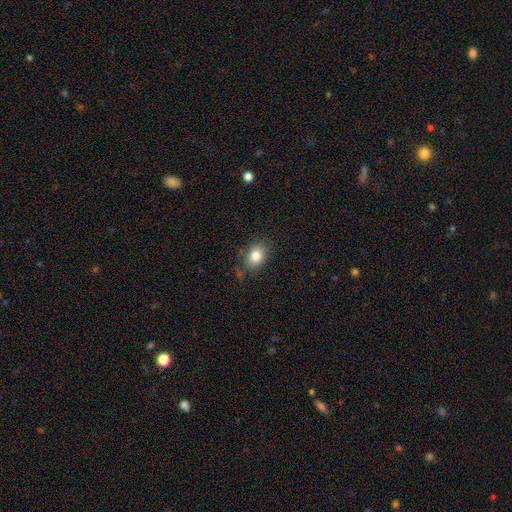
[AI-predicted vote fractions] Q: Smooth or featured?
A: smooth (82%); runner-up: star or artifact (9%)
Q: How rounded?
A: in between (66%); runner-up: round (33%)
Q: Merging?
A: none (78%); runner-up: minor disturbance (15%)